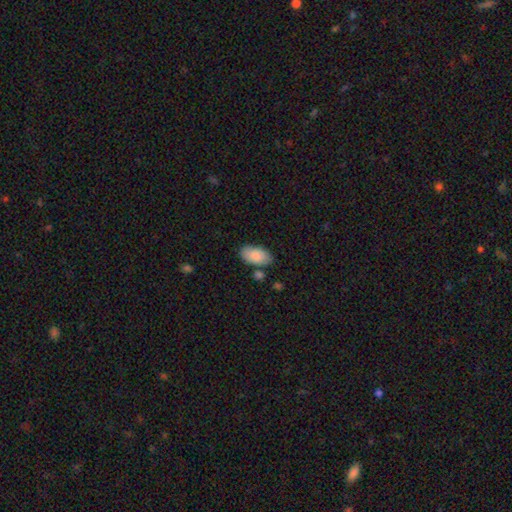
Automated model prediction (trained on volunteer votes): Smooth or featured? Predicted: smooth (p=0.87). How rounded? Predicted: in between (p=0.95). Merging? Predicted: none (p=0.77).